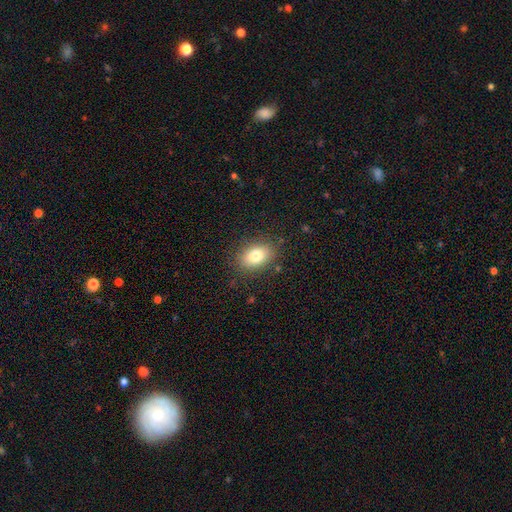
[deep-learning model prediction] The model was most divided on "how rounded": in between: 81%, round: 18%, cigar-shaped: 1%. More confident: merging — none (84%); smooth or featured — smooth (80%).